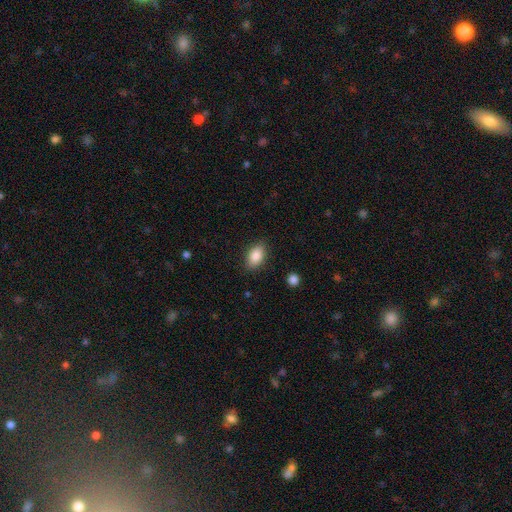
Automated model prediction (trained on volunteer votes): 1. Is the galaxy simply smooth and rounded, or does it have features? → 87% smooth, 7% star or artifact, 6% featured or disk.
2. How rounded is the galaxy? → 90% in between, 8% round, 2% cigar-shaped.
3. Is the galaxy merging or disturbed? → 86% none, 10% minor disturbance, 3% major disturbance, 1% merger.